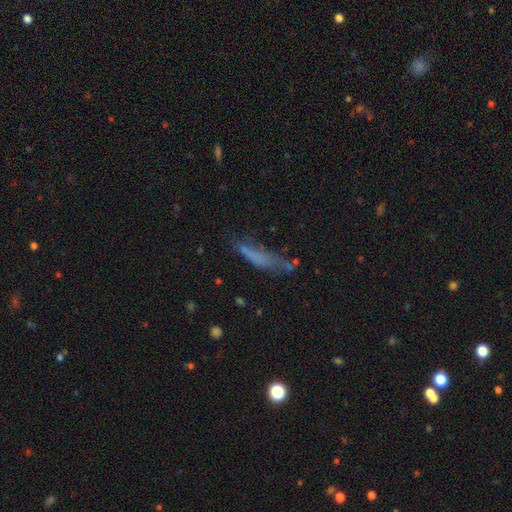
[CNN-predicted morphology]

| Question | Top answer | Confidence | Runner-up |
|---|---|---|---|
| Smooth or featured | smooth | 59% | featured or disk (28%) |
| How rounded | cigar-shaped | 74% | in between (24%) |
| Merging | none | 44% | minor disturbance (28%) |